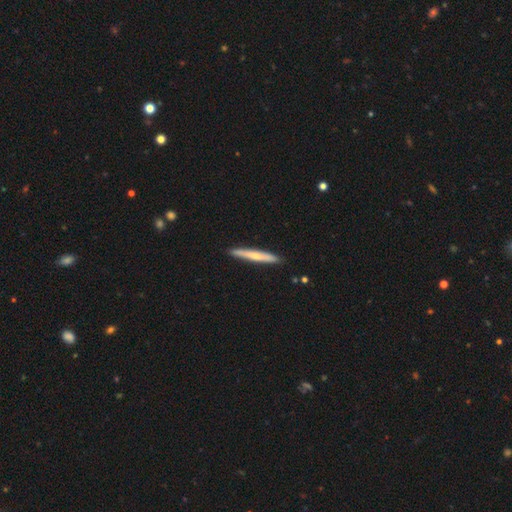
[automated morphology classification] Smooth or featured? Predicted: smooth (p=0.57). How rounded? Predicted: cigar-shaped (p=0.95). Merging? Predicted: none (p=0.90).